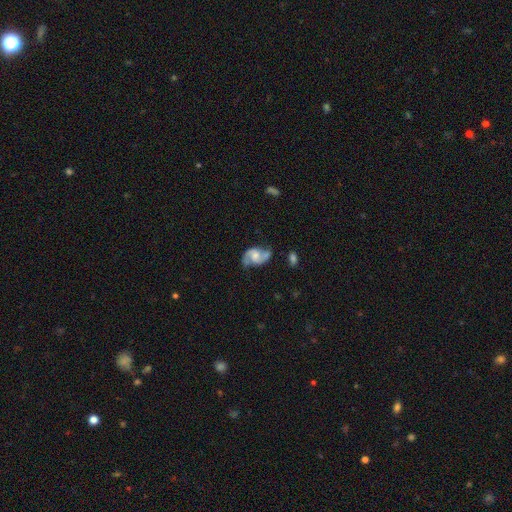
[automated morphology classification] A featured or disk galaxy (79%) with no bar (52%), 2 (90%) medium (48%) spiral arms (94%) and a moderate central bulge (44%).

Vote fractions:
- Smooth or featured? featured or disk: 79% / smooth: 14% / star or artifact: 6%
- Edge-on disk? no: 97% / yes: 3%
- Bar? no: 52% / weak: 39% / strong: 8%
- Spiral arms? yes: 94% / no: 6%
- Spiral winding? medium: 48% / loose: 37% / tight: 15%
- Spiral arm count? 2: 90% / can't tell: 4% / 1: 3% / 3: 1% / 4: 1% / more than 4: 1%
- Bulge size? moderate: 44% / small: 28% / none: 15% / large: 11% / dominant: 2%
- Merging? none: 59% / minor disturbance: 22% / major disturbance: 10% / merger: 9%